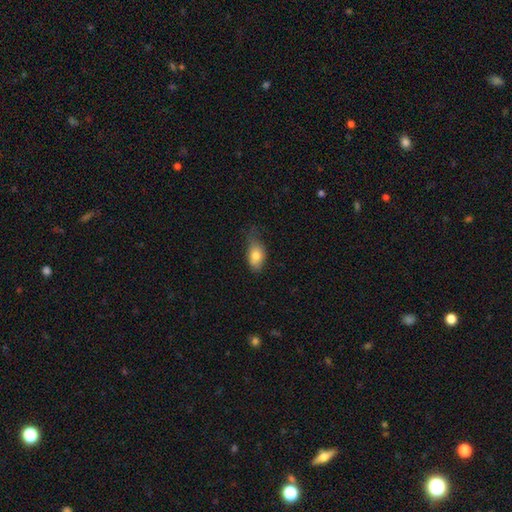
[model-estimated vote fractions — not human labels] This appears to be a smooth galaxy with no disk features (78%) that is in between round and cigar-shaped (88%). Merging: none (48%).